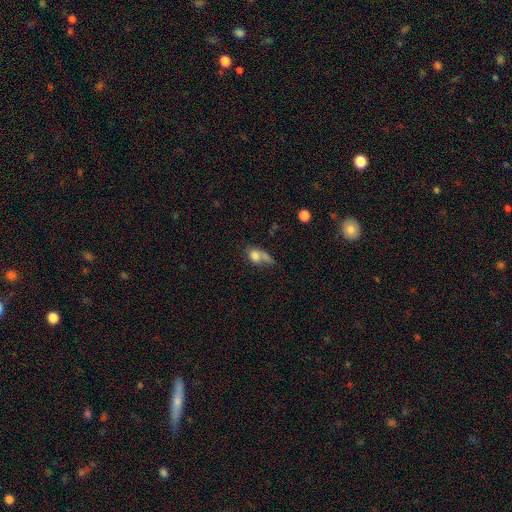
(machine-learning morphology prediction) Overall: smooth (72%). How rounded: in between (66%; round 28%). Merging: merger (29%, tied with none).